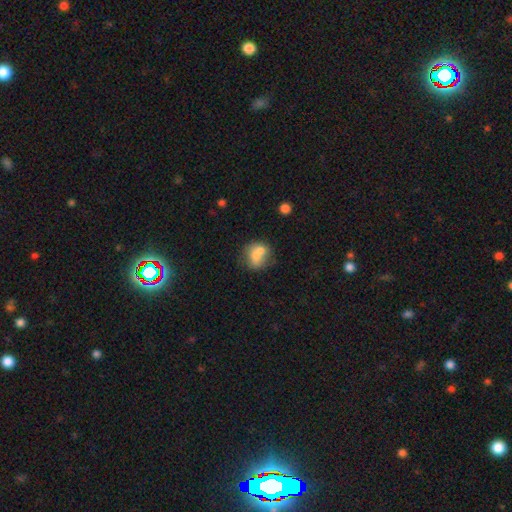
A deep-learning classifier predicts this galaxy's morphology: type=smooth (68%); roundness=round (67%); merging=merger (50%).